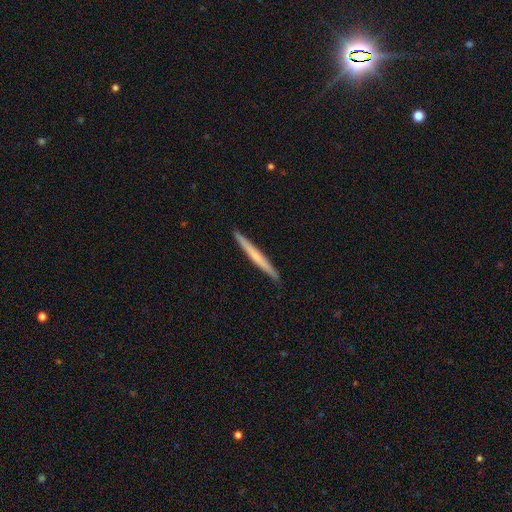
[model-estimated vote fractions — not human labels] This is possibly a smooth galaxy (50%). Merging: clearly none (92%).